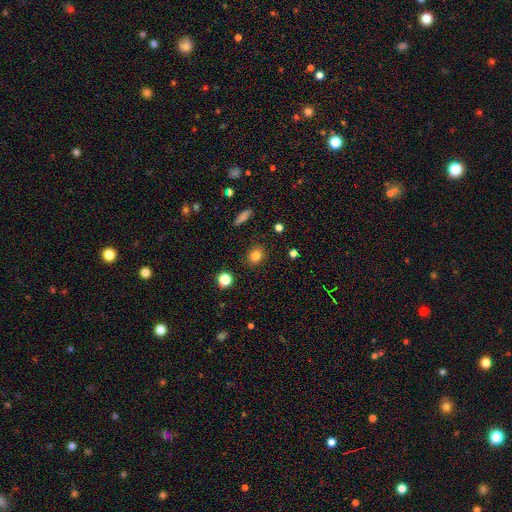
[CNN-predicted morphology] smooth_or_featured: smooth (p=0.81) [alt: star or artifact p=0.13]
how_rounded: round (p=0.73) [alt: in between p=0.25]
merging: none (p=0.89) [alt: minor disturbance p=0.07]